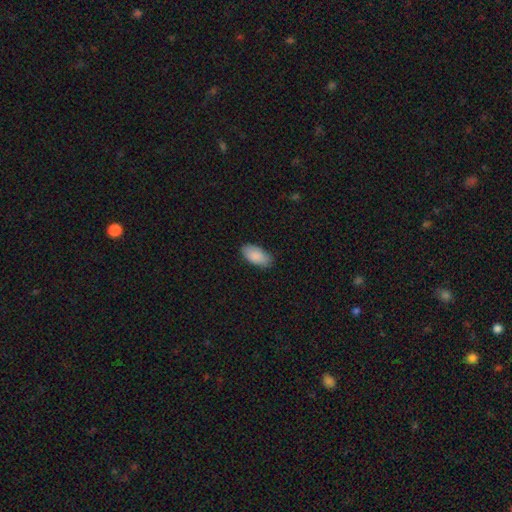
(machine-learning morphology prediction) smooth_or_featured: smooth (p=0.89) [alt: star or artifact p=0.06]
how_rounded: in between (p=0.94) [alt: cigar-shaped p=0.04]
merging: none (p=0.82) [alt: minor disturbance p=0.14]